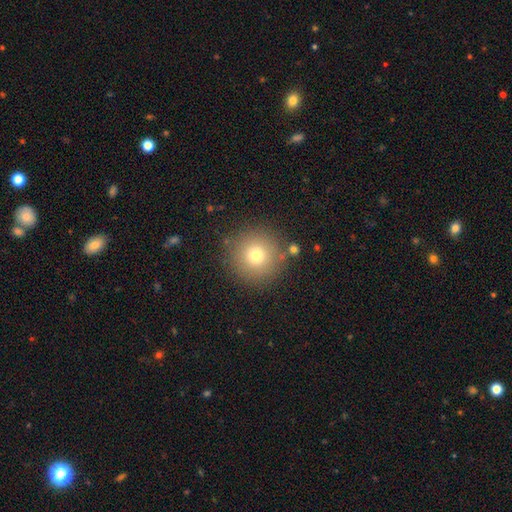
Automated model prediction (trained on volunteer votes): A smooth galaxy with no disk features (75%) that is round (96%). Merging: none (86%).